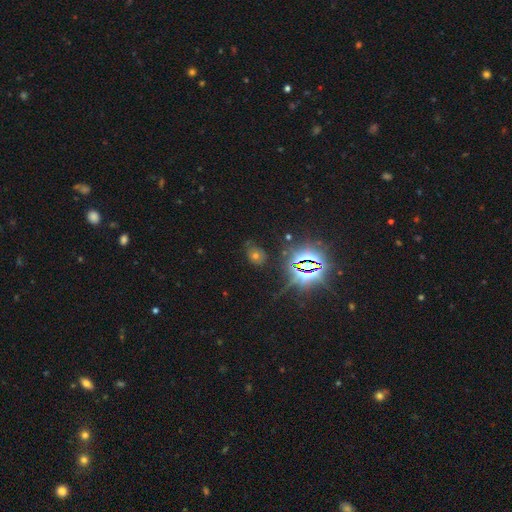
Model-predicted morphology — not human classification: Smooth or featured? Predicted: star or artifact (p=0.53).